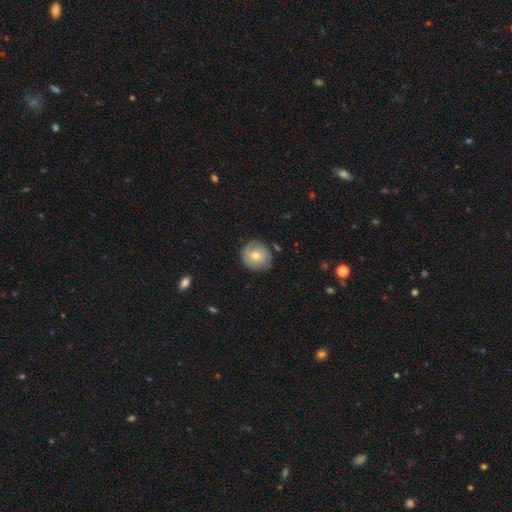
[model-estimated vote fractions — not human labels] The model was most divided on "smooth or featured": smooth: 56%, featured or disk: 35%, star or artifact: 8%. More confident: how rounded — round (90%); merging — none (77%).